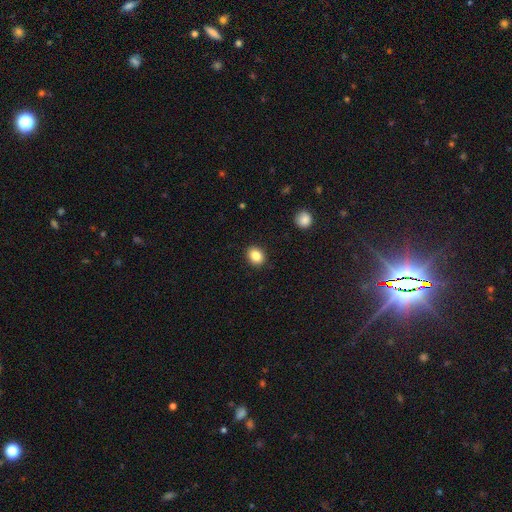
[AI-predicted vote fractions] Smooth or featured? smooth (85%)
How rounded? round (54%)
Merging? none (91%)